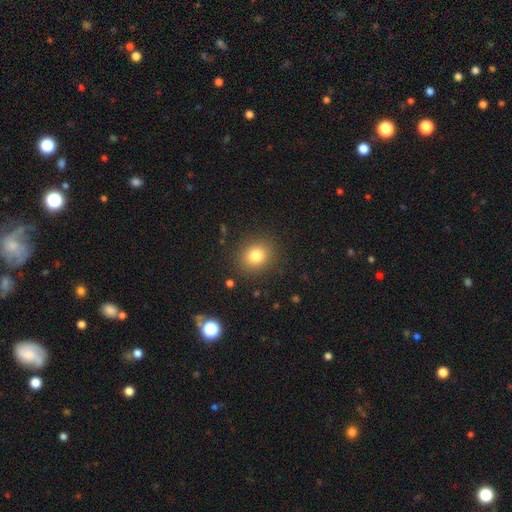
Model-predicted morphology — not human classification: type=smooth (80%); roundness=round (76%); merging=none (88%).